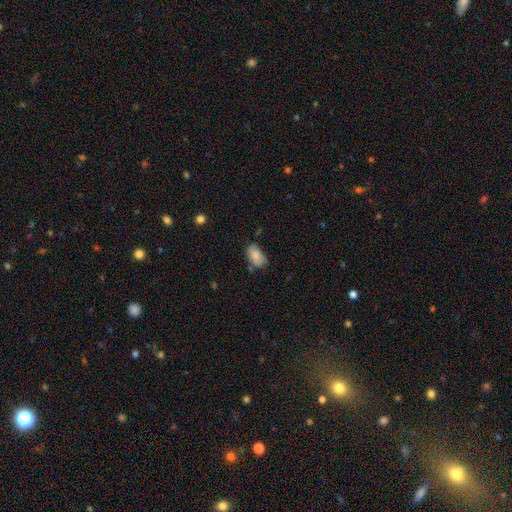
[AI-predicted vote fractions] Smooth or featured?
  - smooth: 81% *
  - featured or disk: 11%
  - star or artifact: 7%
How rounded?
  - in between: 91% *
  - round: 7%
  - cigar-shaped: 2%
Merging?
  - none: 65% *
  - minor disturbance: 25%
  - merger: 5%
  - major disturbance: 5%